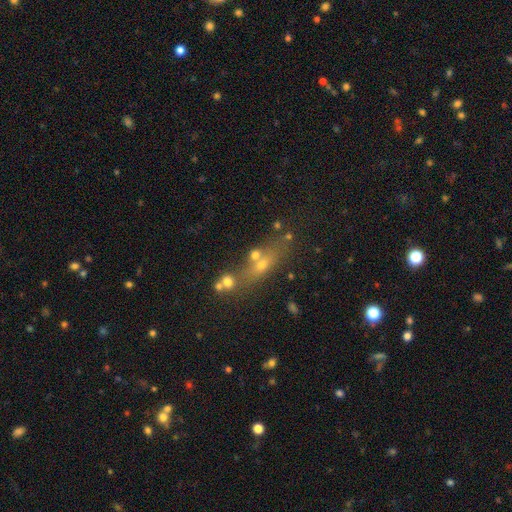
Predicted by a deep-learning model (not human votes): Overall: smooth (39%; star or artifact 34%). Merging: none (48%; merger 32%).